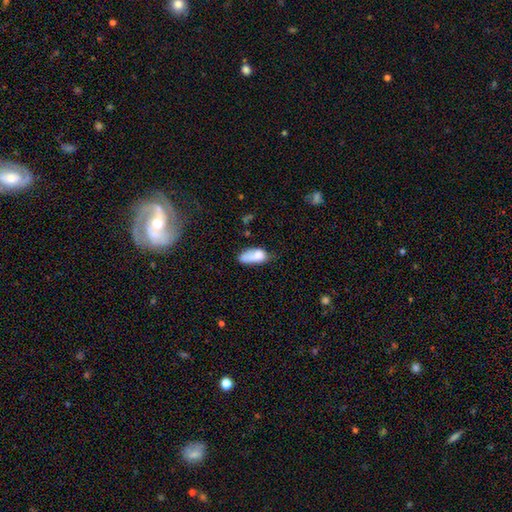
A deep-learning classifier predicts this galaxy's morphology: Overall: smooth (75%). How rounded: in between (84%). Merging: none (35%; minor disturbance 31%).